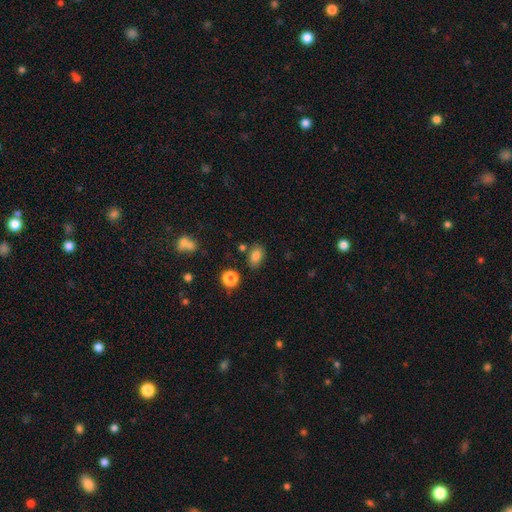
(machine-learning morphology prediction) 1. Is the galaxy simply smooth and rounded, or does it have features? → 82% smooth, 12% star or artifact, 6% featured or disk.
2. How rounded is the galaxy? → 80% in between, 19% round, 2% cigar-shaped.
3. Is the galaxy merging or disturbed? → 77% none, 13% minor disturbance, 6% merger, 4% major disturbance.